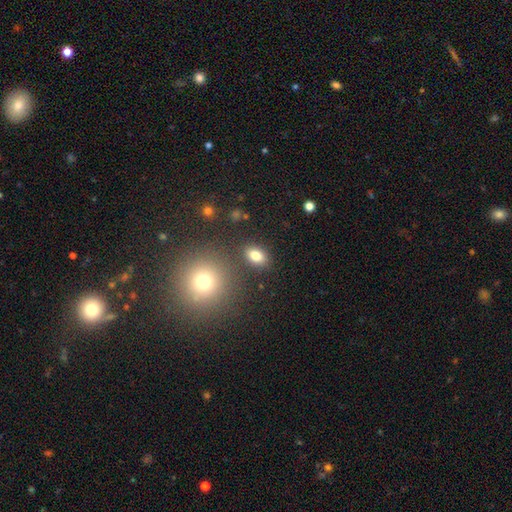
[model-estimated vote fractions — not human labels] smooth_or_featured: smooth (p=0.80) [alt: star or artifact p=0.11]
how_rounded: in between (p=0.79) [alt: round p=0.19]
merging: none (p=0.82) [alt: minor disturbance p=0.09]